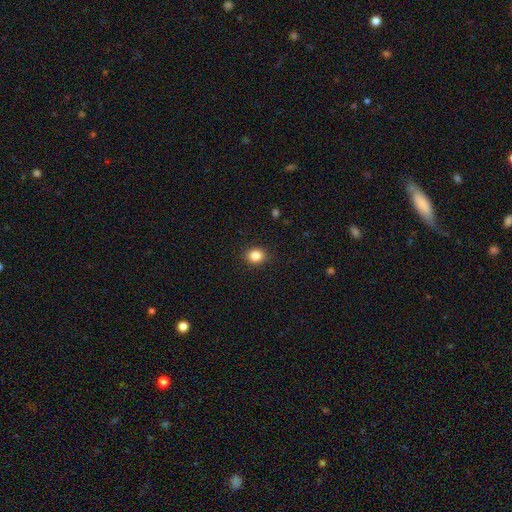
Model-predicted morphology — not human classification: Smooth or featured: smooth — 86% (star or artifact — 10%)
How rounded: round — 66% (in between — 33%)
Merging: none — 90% (minor disturbance — 7%)